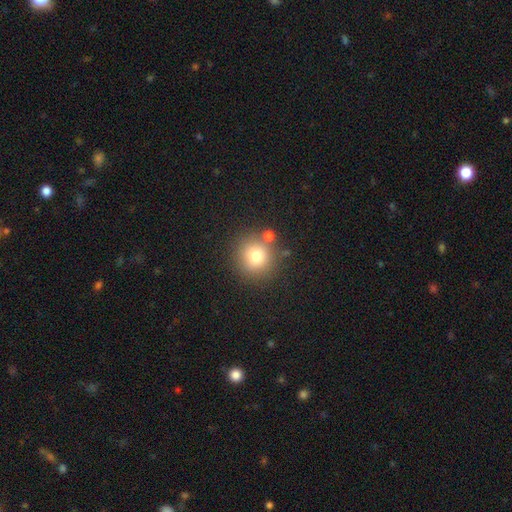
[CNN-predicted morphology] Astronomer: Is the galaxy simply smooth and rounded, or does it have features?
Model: smooth — 76%.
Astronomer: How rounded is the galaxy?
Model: round — 93%.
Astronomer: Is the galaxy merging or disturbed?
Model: none — 79%.